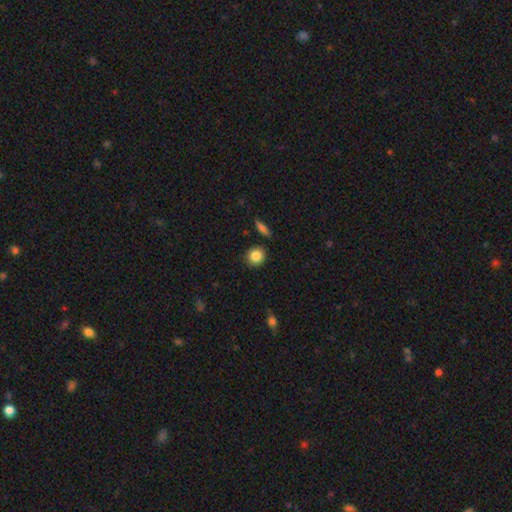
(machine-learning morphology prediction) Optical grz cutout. It shows a smooth galaxy with no disk features (85%) that is round (82%). Merging: none (87%).